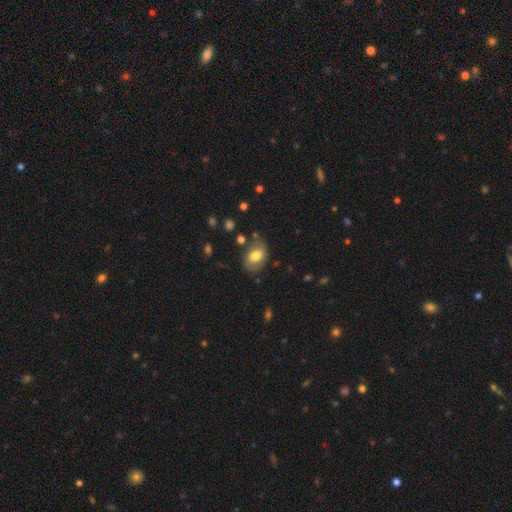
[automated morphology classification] The model was most divided on "smooth or featured": smooth: 66%, featured or disk: 26%, star or artifact: 8%. More confident: how rounded — in between (76%); merging — none (69%).